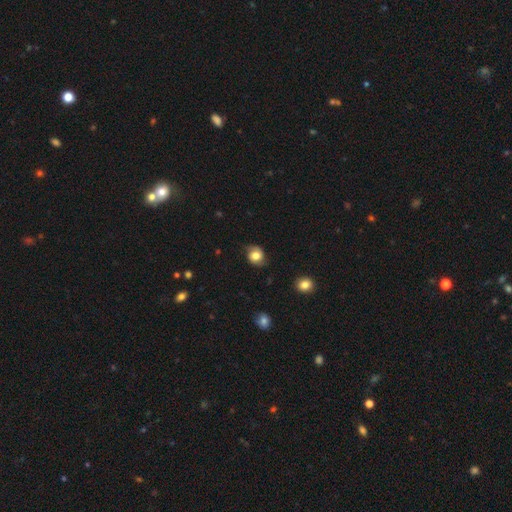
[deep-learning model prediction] Smooth or featured: smooth — 60% (featured or disk — 31%)
How rounded: round — 66% (in between — 33%)
Merging: none — 73% (minor disturbance — 20%)